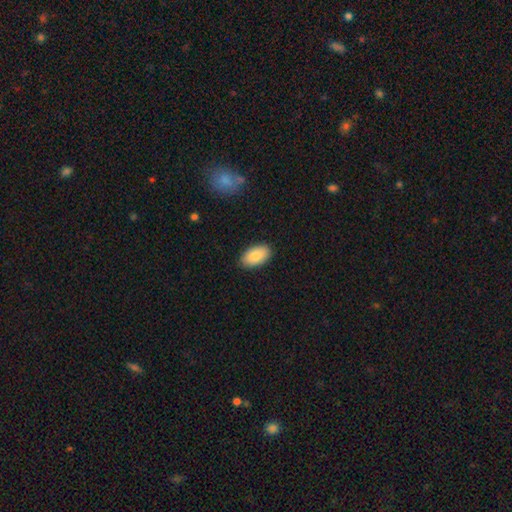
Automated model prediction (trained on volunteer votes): Smooth or featured: smooth — 88% (featured or disk — 6%)
How rounded: in between — 95% (round — 3%)
Merging: none — 87% (minor disturbance — 10%)